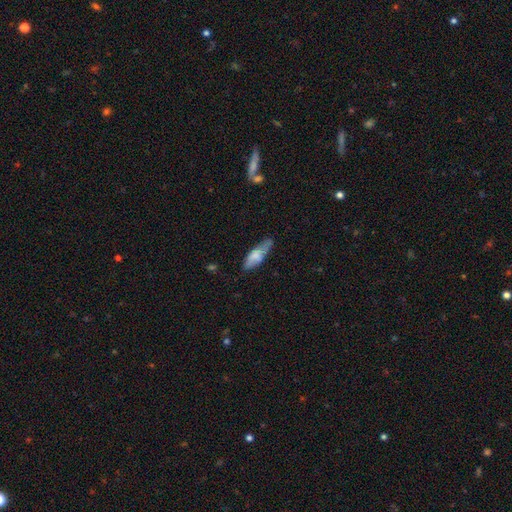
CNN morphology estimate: Smooth or featured? Predicted: smooth (p=0.66). How rounded? Predicted: in between (p=0.54). Merging? Predicted: none (p=0.58).